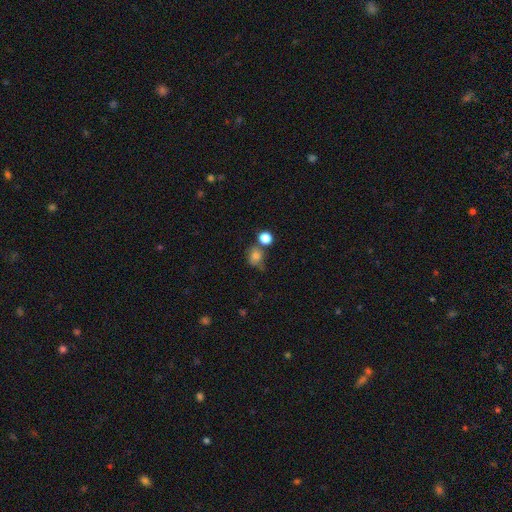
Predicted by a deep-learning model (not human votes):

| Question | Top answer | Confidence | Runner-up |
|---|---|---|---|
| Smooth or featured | smooth | 74% | star or artifact (13%) |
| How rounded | round | 73% | in between (26%) |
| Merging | none | 50% | minor disturbance (22%) |